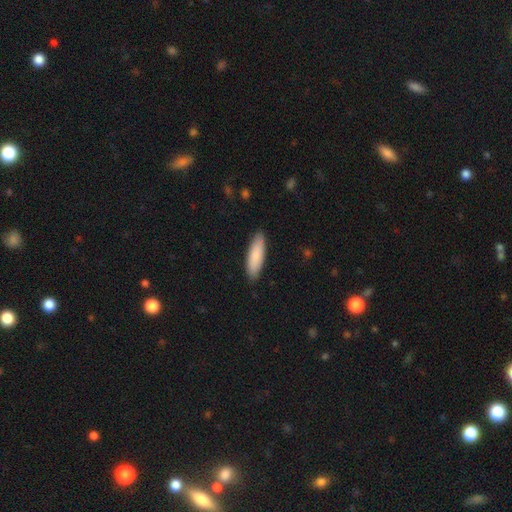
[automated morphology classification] Smooth or featured: smooth — 85% (featured or disk — 10%)
How rounded: cigar-shaped — 56% (in between — 42%)
Merging: none — 88% (minor disturbance — 10%)